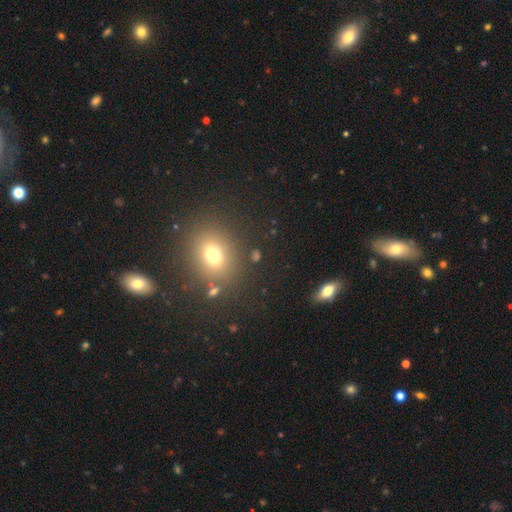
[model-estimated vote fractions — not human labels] This appears to be a smooth galaxy with no disk features (65%) that is round (58%). Merging: none (81%).